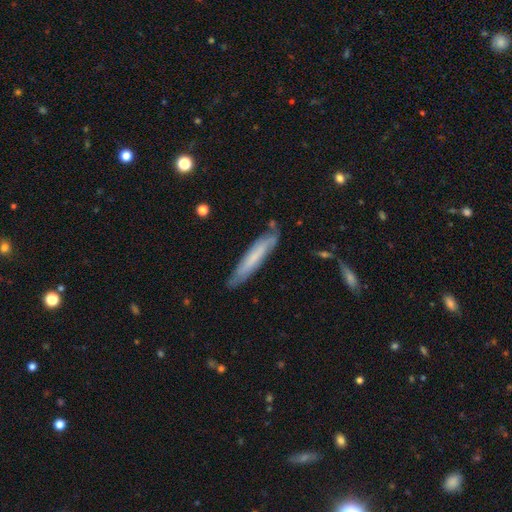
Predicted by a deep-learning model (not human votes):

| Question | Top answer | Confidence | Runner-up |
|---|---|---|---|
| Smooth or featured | smooth | 54% | featured or disk (38%) |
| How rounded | cigar-shaped | 91% | in between (8%) |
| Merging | none | 80% | minor disturbance (15%) |